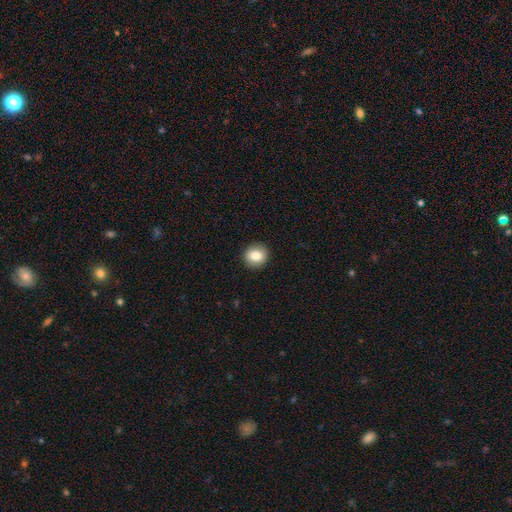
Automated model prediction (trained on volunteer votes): smooth_or_featured: smooth (p=0.82) [alt: featured or disk p=0.09]
how_rounded: round (p=0.88) [alt: in between p=0.11]
merging: none (p=0.92) [alt: minor disturbance p=0.06]